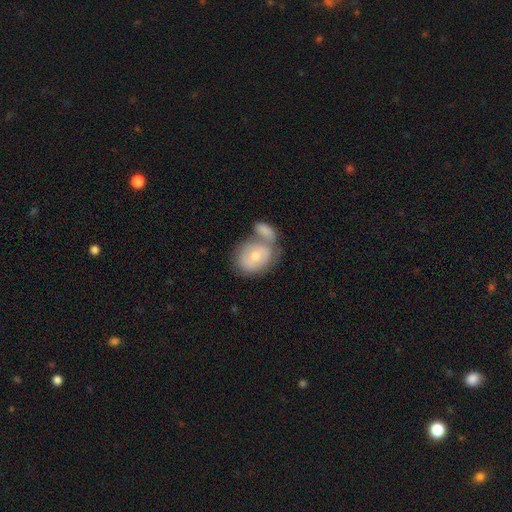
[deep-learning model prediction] A smooth galaxy with no disk features (62%) that is in between round and cigar-shaped (57%). Merging: merger (52%).